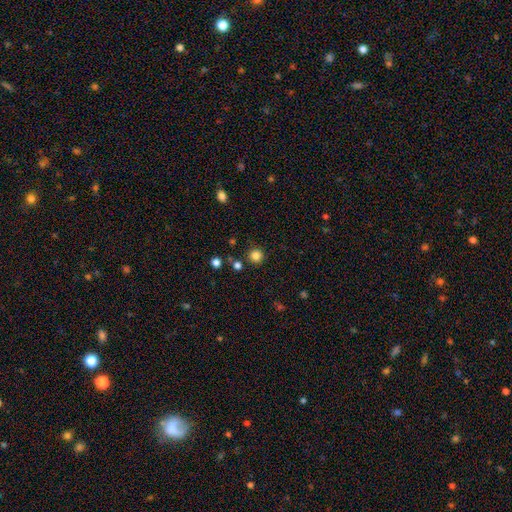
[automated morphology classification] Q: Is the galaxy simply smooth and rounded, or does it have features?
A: smooth — 83%.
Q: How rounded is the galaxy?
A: round — 95%.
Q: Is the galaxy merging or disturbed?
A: none — 87%.